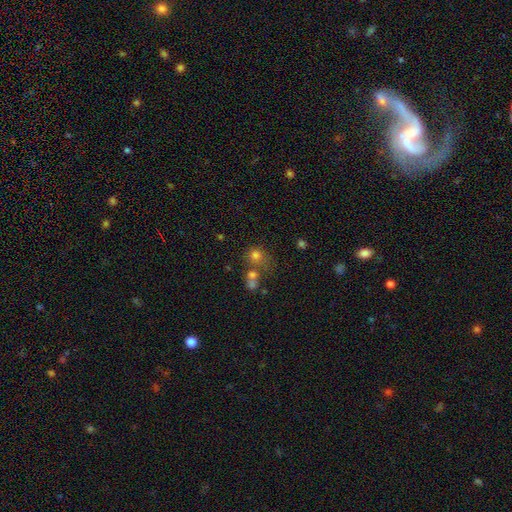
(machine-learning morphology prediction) This is likely a smooth galaxy (70%). How rounded: clearly round (82%). Merging: possibly none (48%).